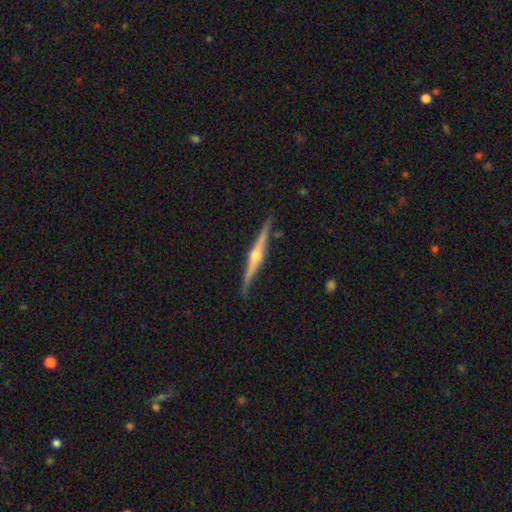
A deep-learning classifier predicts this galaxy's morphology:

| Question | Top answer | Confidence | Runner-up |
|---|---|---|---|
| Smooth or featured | featured or disk | 83% | smooth (12%) |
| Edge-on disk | yes | 98% | no (2%) |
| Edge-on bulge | rounded | 94% | boxy (3%) |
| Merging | none | 87% | minor disturbance (9%) |